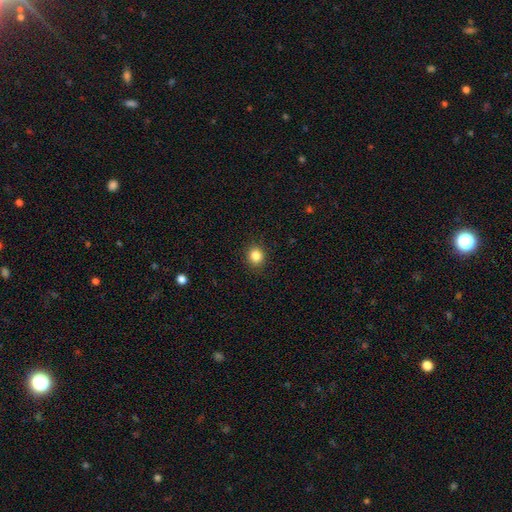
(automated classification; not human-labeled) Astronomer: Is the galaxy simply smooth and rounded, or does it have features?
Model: smooth — 85%.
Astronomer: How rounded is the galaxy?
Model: round — 82%.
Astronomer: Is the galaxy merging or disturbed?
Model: none — 90%.